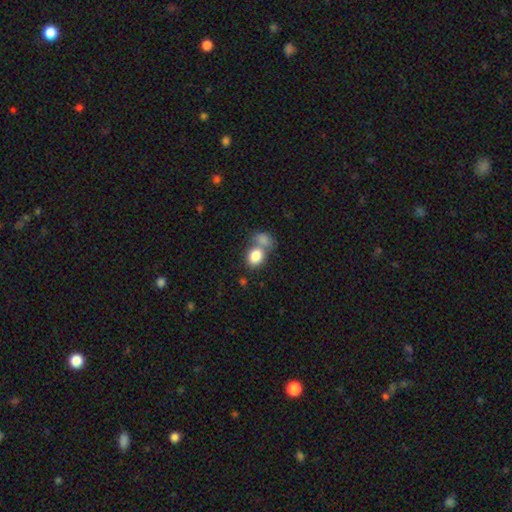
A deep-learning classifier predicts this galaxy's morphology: smooth-or-featured: smooth: 83% | featured or disk: 9% | star or artifact: 8%
  how-rounded: in between: 56% | round: 43% | cigar-shaped: 1%
  merging: merger: 48% | none: 37% | minor disturbance: 10% | major disturbance: 5%